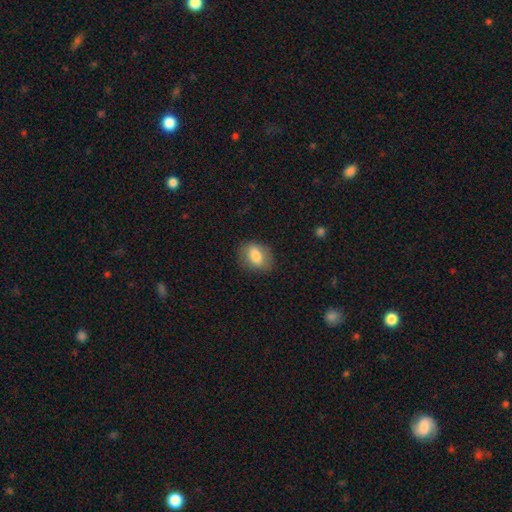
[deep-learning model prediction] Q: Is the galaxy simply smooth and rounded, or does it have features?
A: smooth — 79%.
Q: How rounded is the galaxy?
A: in between — 76%.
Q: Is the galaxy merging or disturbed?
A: none — 79%.